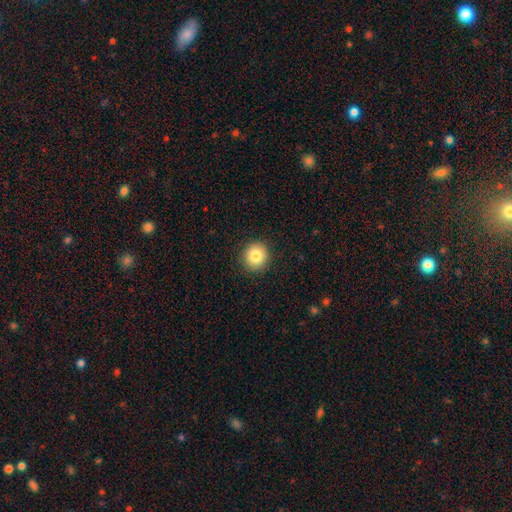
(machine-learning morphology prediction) A smooth galaxy with no disk features (83%) that is round (91%).

Vote fractions:
- Smooth or featured? smooth: 83% / star or artifact: 10% / featured or disk: 7%
- How rounded? round: 91% / in between: 8% / cigar-shaped: 1%
- Merging? none: 91% / minor disturbance: 6% / major disturbance: 2% / merger: 1%